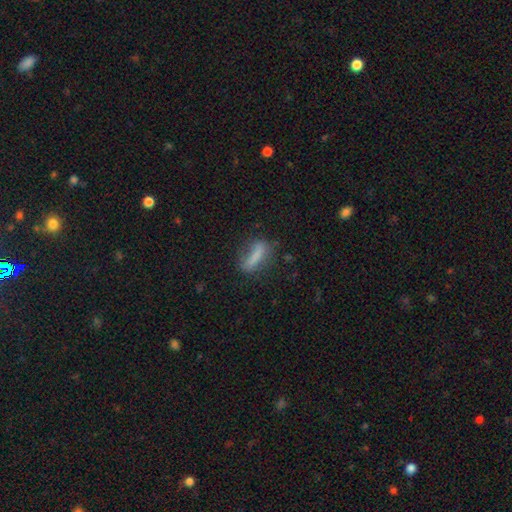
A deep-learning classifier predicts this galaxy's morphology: smooth_or_featured: smooth (p=0.71) [alt: featured or disk p=0.20]
how_rounded: cigar-shaped (p=0.59) [alt: in between p=0.37]
merging: none (p=0.64) [alt: minor disturbance p=0.22]